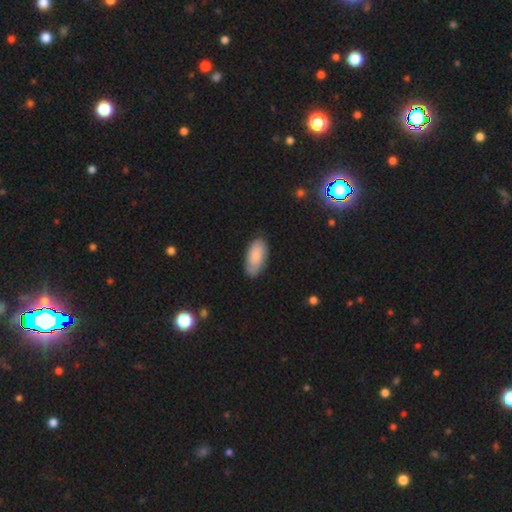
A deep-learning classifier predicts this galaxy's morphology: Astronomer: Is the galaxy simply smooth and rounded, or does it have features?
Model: smooth — 81%.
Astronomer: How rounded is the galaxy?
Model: in between — 92%.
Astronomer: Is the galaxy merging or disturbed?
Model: none — 79%.